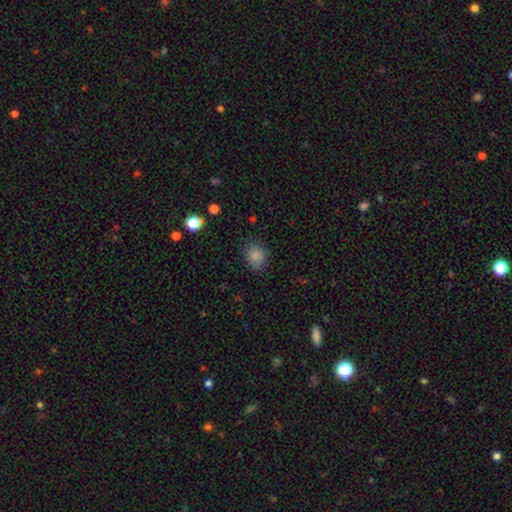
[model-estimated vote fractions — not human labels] smooth 85%, star or artifact 10%, featured or disk 4%. Down the decision tree: how rounded — round (56%); merging — none (81%).